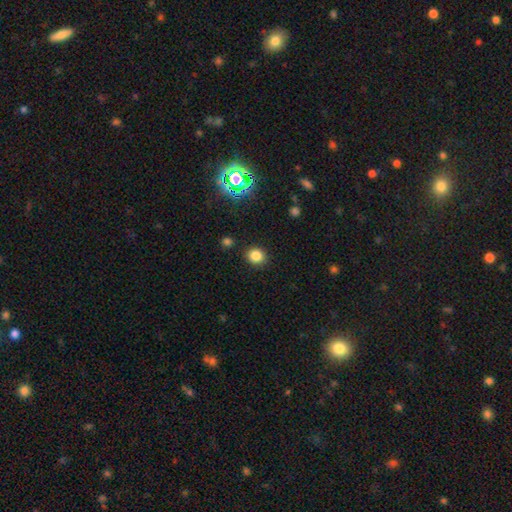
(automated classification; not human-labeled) Overall: smooth (81%). How rounded: round (80%). Merging: none (89%).